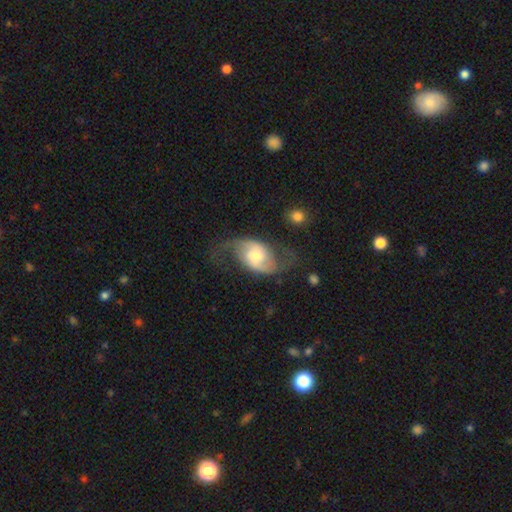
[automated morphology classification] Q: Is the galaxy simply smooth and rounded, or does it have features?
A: featured or disk — 79%.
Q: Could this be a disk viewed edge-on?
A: no — 96%.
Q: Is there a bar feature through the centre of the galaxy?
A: no — 44%.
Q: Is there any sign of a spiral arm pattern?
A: yes — 93%.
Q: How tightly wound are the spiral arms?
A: loose — 61%.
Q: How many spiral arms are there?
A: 2 — 91%.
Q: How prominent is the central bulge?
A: moderate — 59%.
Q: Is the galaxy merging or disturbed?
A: none — 57%.